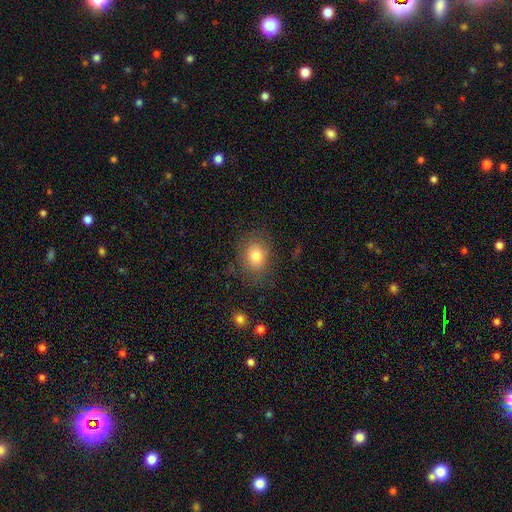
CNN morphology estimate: type=smooth (77%); roundness=round (50%); merging=none (77%).